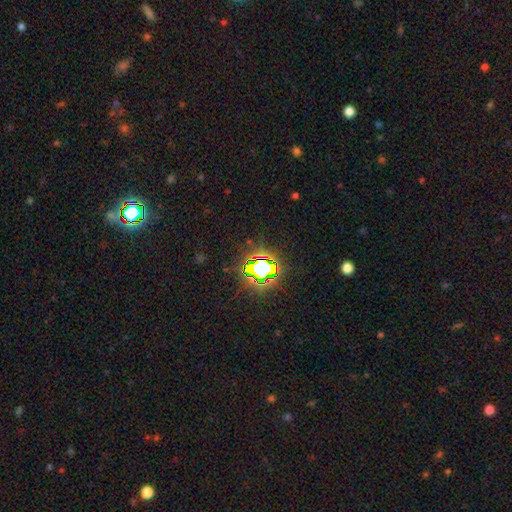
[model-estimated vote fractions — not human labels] The model was most divided on "smooth or featured": star or artifact: 80%, smooth: 12%, featured or disk: 8%.